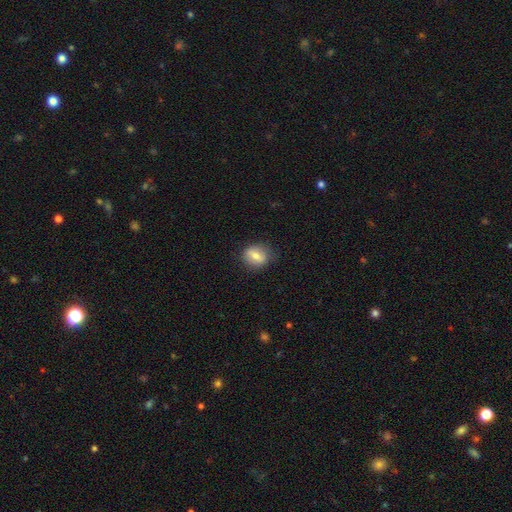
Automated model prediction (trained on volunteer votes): smooth 65%, featured or disk 26%, star or artifact 9%. Down the decision tree: how rounded — round (60%); merging — none (81%).